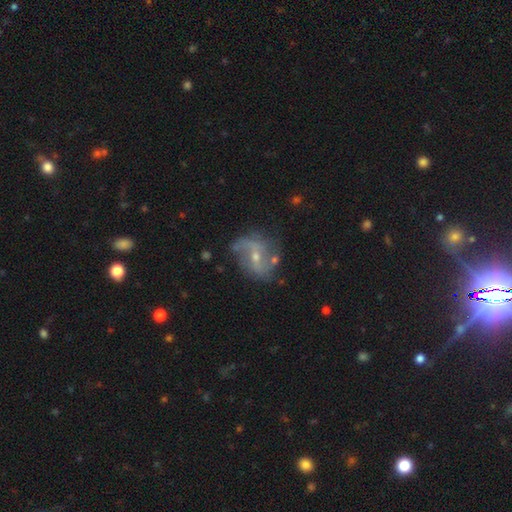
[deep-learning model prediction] smooth_or_featured: featured or disk (p=0.78) [alt: smooth p=0.12]
disk_edge_on: no (p=0.96) [alt: yes p=0.04]
bar: weak (p=0.43) [alt: no p=0.33]
has_spiral_arms: yes (p=0.88) [alt: no p=0.12]
spiral_winding: loose (p=0.60) [alt: medium p=0.30]
spiral_arm_count: 2 (p=0.80) [alt: can't tell p=0.08]
bulge_size: small (p=0.57) [alt: moderate p=0.39]
merging: none (p=0.67) [alt: minor disturbance p=0.20]